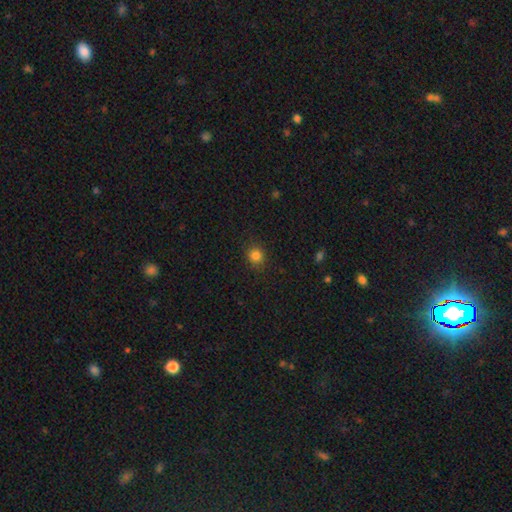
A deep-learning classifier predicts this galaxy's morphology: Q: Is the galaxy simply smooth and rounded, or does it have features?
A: smooth — 83%.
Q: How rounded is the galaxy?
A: round — 85%.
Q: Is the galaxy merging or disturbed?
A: none — 88%.